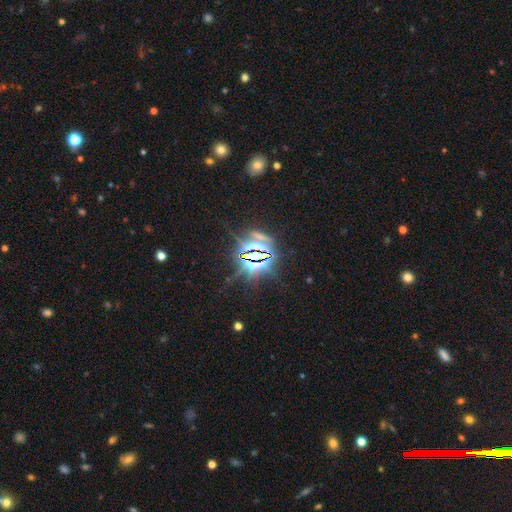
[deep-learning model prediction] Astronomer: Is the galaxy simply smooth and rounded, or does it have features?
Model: star or artifact — 83%.